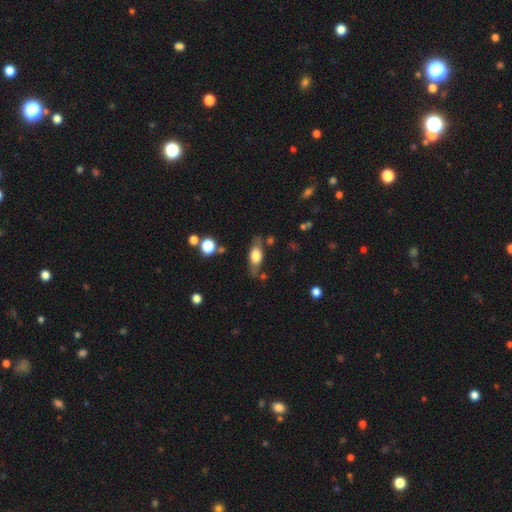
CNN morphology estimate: Smooth or featured?
  - smooth: 63% *
  - featured or disk: 30%
  - star or artifact: 7%
How rounded?
  - in between: 80% *
  - cigar-shaped: 14%
  - round: 6%
Merging?
  - none: 71% *
  - minor disturbance: 19%
  - major disturbance: 6%
  - merger: 4%